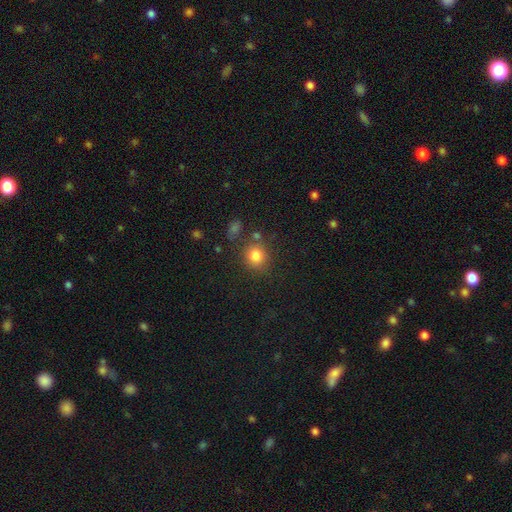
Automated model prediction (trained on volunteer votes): A smooth galaxy with no disk features (82%) that is round (80%).

Vote fractions:
- Smooth or featured? smooth: 82% / star or artifact: 11% / featured or disk: 6%
- How rounded? round: 80% / in between: 19% / cigar-shaped: 1%
- Merging? none: 75% / minor disturbance: 12% / merger: 8% / major disturbance: 5%